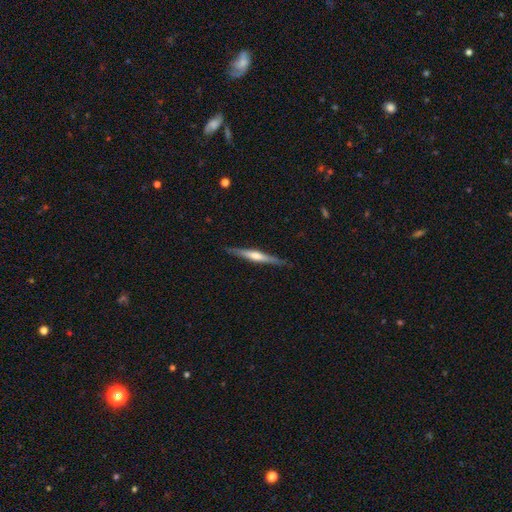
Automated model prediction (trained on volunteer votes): smooth_or_featured: featured or disk (p=0.64) [alt: smooth p=0.30]
disk_edge_on: yes (p=0.97) [alt: no p=0.03]
edge_on_bulge: rounded (p=0.69) [alt: none p=0.16]
merging: none (p=0.87) [alt: minor disturbance p=0.10]